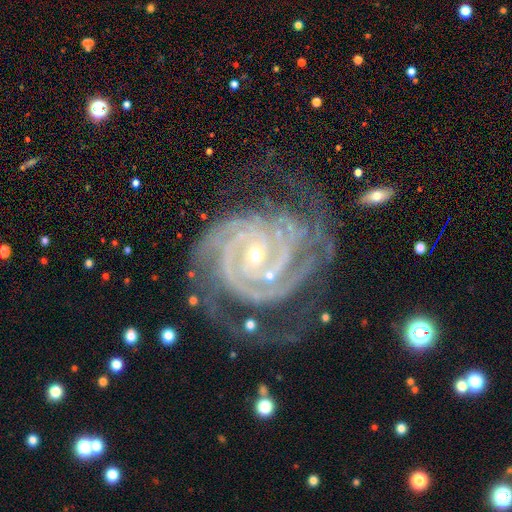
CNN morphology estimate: featured or disk 93%, star or artifact 5%, smooth 2%. Down the decision tree: edge-on disk — no (98%); bar — no (55%); spiral arms — yes (99%); spiral arm count — 2 (27%); spiral winding — tight (79%); bulge size — small (73%); merging — none (59%).